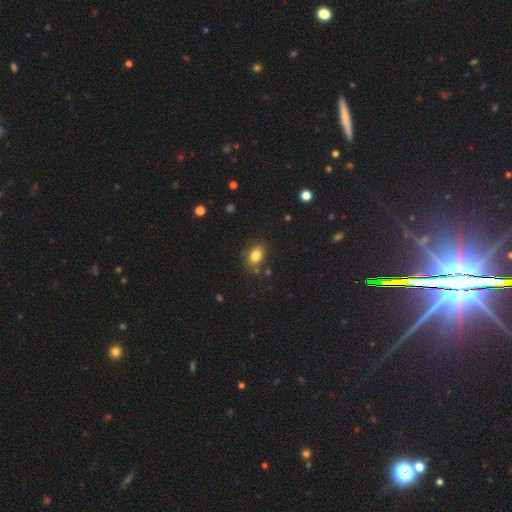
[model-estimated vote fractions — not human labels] A smooth galaxy with no disk features (81%) that is in between round and cigar-shaped (72%). Merging: none (78%).